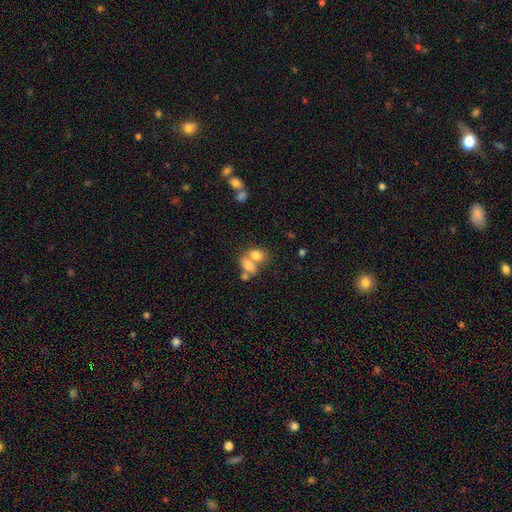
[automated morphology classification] smooth-or-featured: smooth: 56% | featured or disk: 23% | star or artifact: 21%
  how-rounded: in between: 53% | round: 43% | cigar-shaped: 3%
  merging: merger: 53% | none: 33% | minor disturbance: 8% | major disturbance: 6%